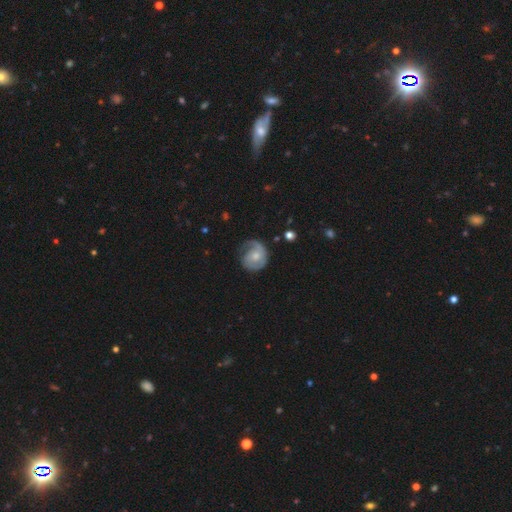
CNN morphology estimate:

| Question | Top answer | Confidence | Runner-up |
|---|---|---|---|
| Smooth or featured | featured or disk | 71% | smooth (23%) |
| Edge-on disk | no | 98% | yes (2%) |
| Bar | no | 71% | weak (25%) |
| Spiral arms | yes | 91% | no (9%) |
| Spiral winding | tight | 47% | medium (35%) |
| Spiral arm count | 1 | 50% | 2 (34%) |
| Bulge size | moderate | 50% | small (42%) |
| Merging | none | 59% | minor disturbance (24%) |